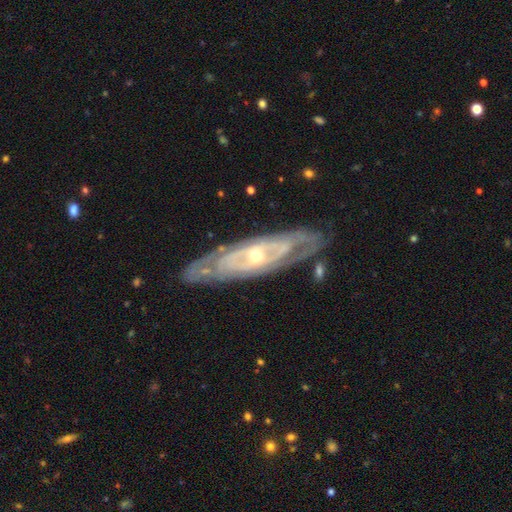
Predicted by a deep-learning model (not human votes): smooth-or-featured: featured or disk: 84% | smooth: 10% | star or artifact: 6%
  disk-edge-on: no: 73% | yes: 27%
    bar: no: 62% | weak: 27% | strong: 11%
    has-spiral-arms: yes: 83% | no: 17%
      spiral-winding: tight: 71% | medium: 22% | loose: 6%
      spiral-arm-count: can't tell: 55% | 2: 24% | 3: 8% | 4: 5% | more than 4: 4% | 1: 4%
    bulge-size: small: 50% | moderate: 46% | large: 2% | none: 1% | dominant: 1%
  merging: none: 80% | minor disturbance: 14% | major disturbance: 4% | merger: 2%